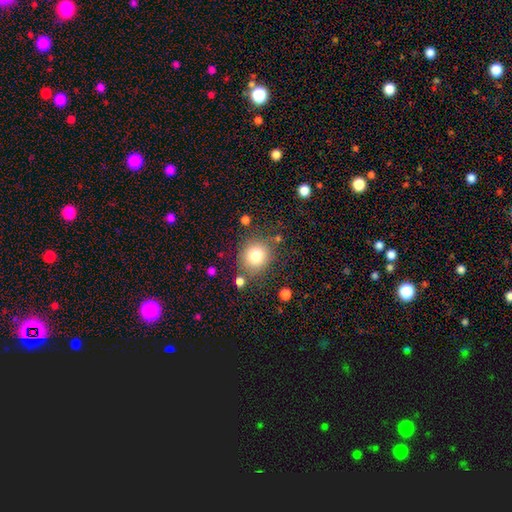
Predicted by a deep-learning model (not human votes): smooth-or-featured: smooth: 79% | star or artifact: 12% | featured or disk: 9%
  how-rounded: round: 84% | in between: 15% | cigar-shaped: 1%
  merging: none: 78% | minor disturbance: 12% | merger: 5% | major disturbance: 5%